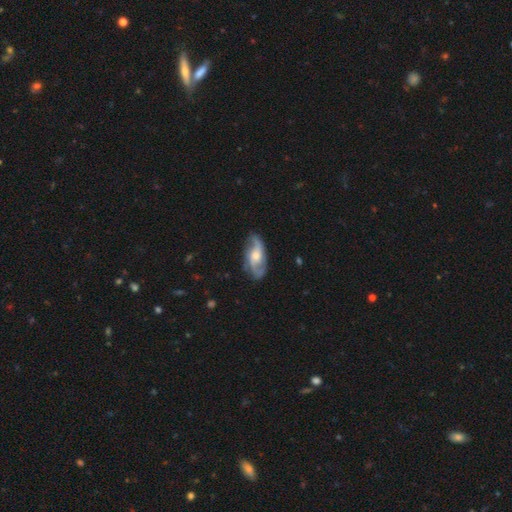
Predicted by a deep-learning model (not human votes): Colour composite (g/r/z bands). It shows a featured or disk galaxy (79%) with no bar (58%), 2 (80%) medium (42%) spiral arms (94%) and a moderate central bulge (57%). Merging: none (75%).